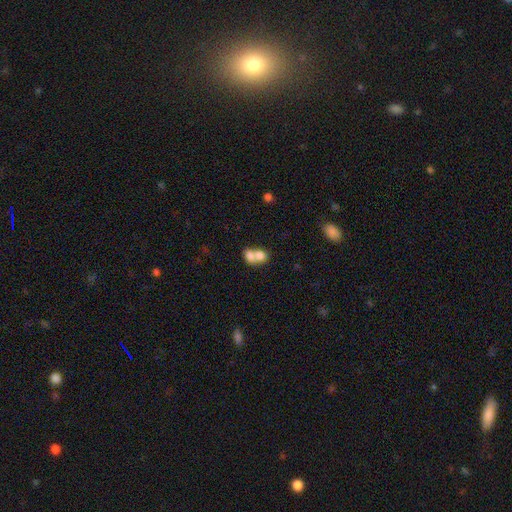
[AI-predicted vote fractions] A smooth galaxy with no disk features (74%) that is in between round and cigar-shaped (61%).

Vote fractions:
- Smooth or featured? smooth: 74% / featured or disk: 17% / star or artifact: 9%
- How rounded? in between: 61% / round: 37% / cigar-shaped: 1%
- Merging? merger: 73% / none: 18% / minor disturbance: 5% / major disturbance: 3%